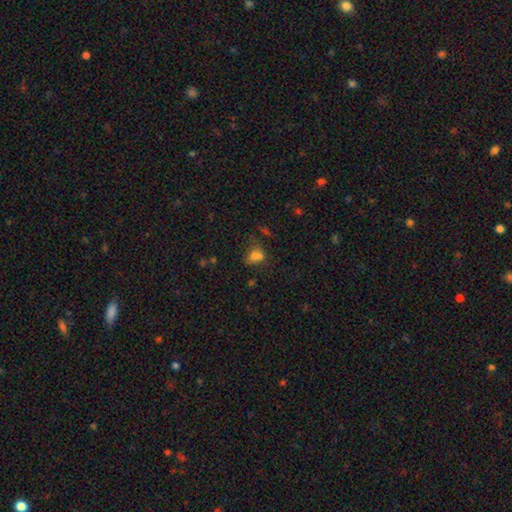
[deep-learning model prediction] A smooth galaxy with no disk features (71%) that is in between round and cigar-shaped (64%). Merging: none (40%).